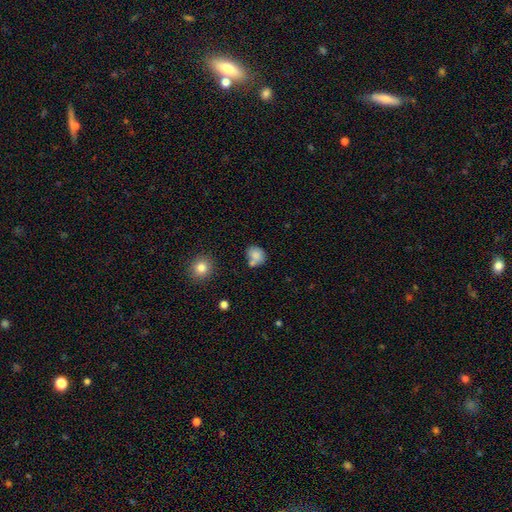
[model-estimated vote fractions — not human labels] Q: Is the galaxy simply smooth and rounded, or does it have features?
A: smooth — 81%.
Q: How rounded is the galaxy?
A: round — 62%.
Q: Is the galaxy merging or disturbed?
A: none — 55%.